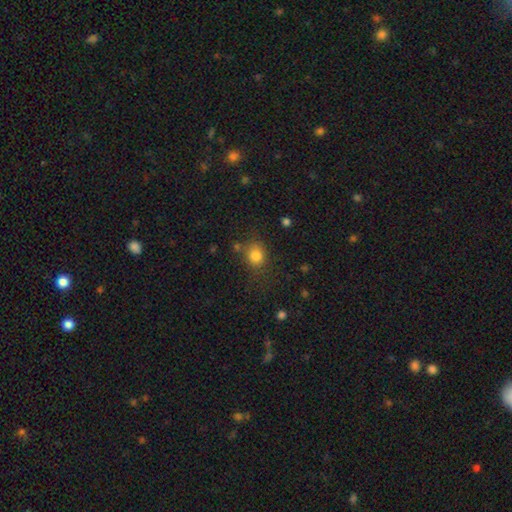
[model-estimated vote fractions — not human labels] smooth 81%, star or artifact 12%, featured or disk 6%. Down the decision tree: how rounded — round (72%); merging — none (74%).